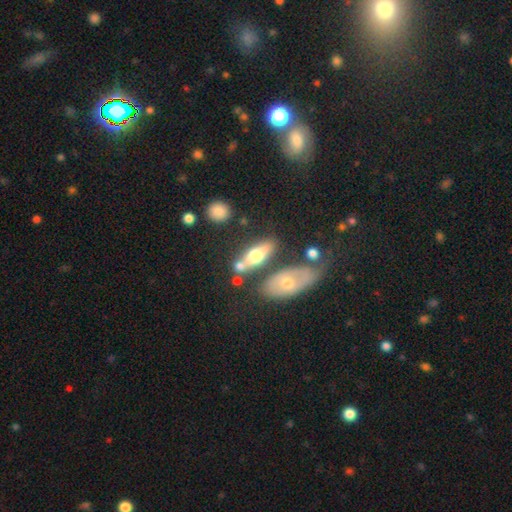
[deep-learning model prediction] Smooth or featured?
  - smooth: 55% *
  - featured or disk: 37%
  - star or artifact: 8%
How rounded?
  - in between: 66% *
  - cigar-shaped: 29%
  - round: 5%
Merging?
  - none: 54% *
  - merger: 24%
  - minor disturbance: 15%
  - major disturbance: 7%